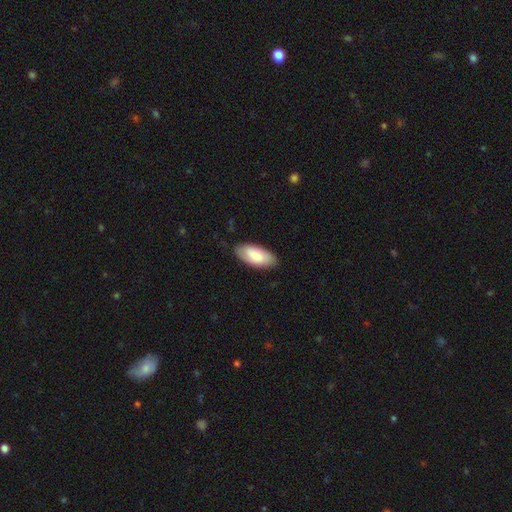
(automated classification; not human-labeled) Q: Smooth or featured?
A: smooth (82%); runner-up: featured or disk (13%)
Q: How rounded?
A: in between (89%); runner-up: cigar-shaped (9%)
Q: Merging?
A: none (82%); runner-up: minor disturbance (15%)